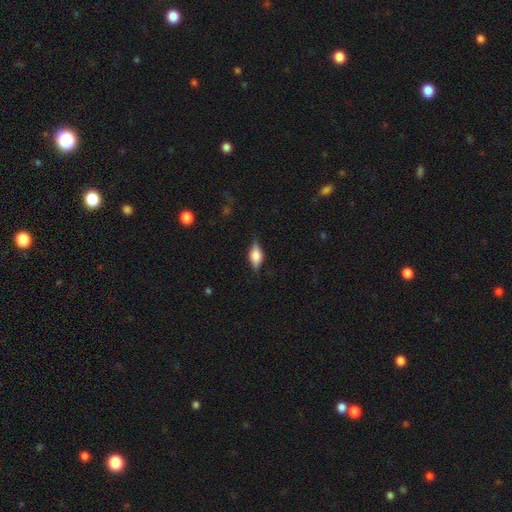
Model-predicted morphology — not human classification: This appears to be a smooth galaxy with no disk features (48%). Merging: none (78%).